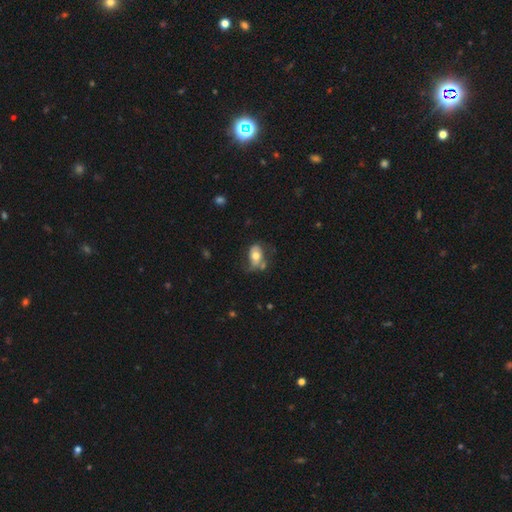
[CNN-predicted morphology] A smooth galaxy with no disk features (57%) that is in between round and cigar-shaped (83%).

Vote fractions:
- Smooth or featured? smooth: 57% / featured or disk: 35% / star or artifact: 7%
- How rounded? in between: 83% / round: 16% / cigar-shaped: 2%
- Merging? none: 38% / minor disturbance: 32% / major disturbance: 20% / merger: 10%